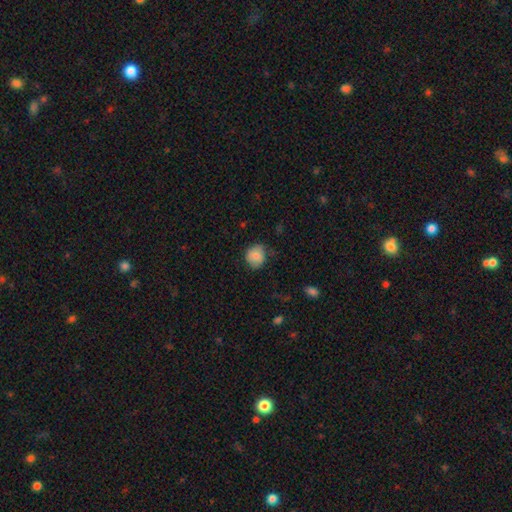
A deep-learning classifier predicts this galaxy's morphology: A smooth galaxy with no disk features (82%) that is round (80%). Merging: none (72%).